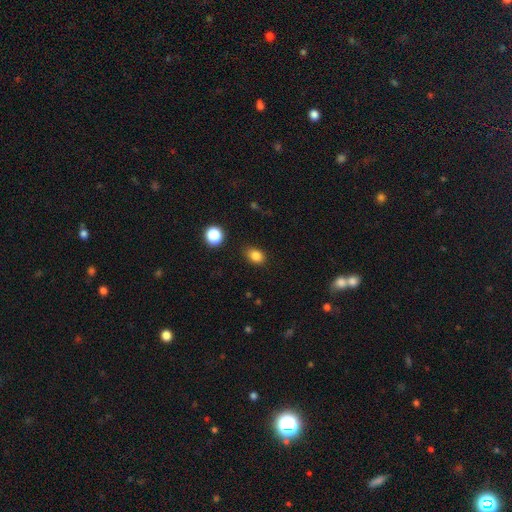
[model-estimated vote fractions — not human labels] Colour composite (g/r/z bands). It shows a smooth galaxy with no disk features (84%) that is in between round and cigar-shaped (67%). Merging: none (83%).